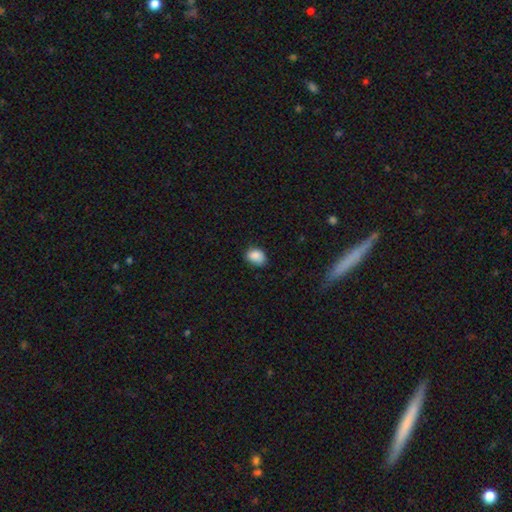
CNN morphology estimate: Smooth or featured?
  - smooth: 86% *
  - star or artifact: 8%
  - featured or disk: 5%
How rounded?
  - in between: 62% *
  - round: 37%
  - cigar-shaped: 1%
Merging?
  - none: 70% *
  - minor disturbance: 25%
  - major disturbance: 4%
  - merger: 1%